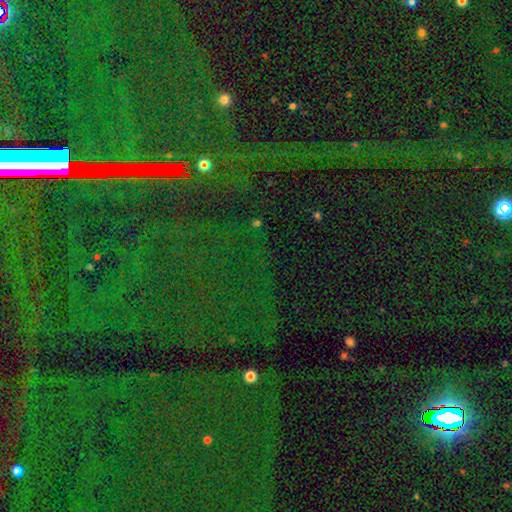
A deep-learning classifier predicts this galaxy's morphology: Smooth or featured: star or artifact — 84% (smooth — 8%)